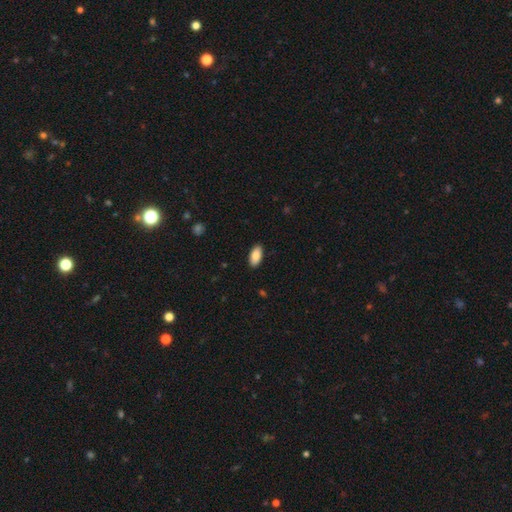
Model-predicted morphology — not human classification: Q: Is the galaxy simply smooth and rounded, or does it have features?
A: smooth — 87%.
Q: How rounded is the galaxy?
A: in between — 93%.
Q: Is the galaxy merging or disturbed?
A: none — 90%.